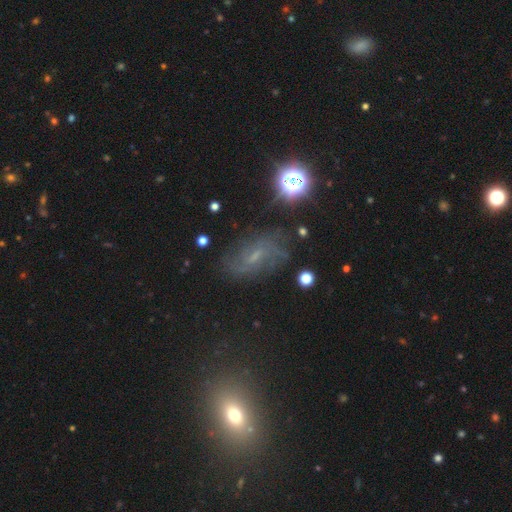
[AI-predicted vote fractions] Q: Smooth or featured?
A: featured or disk (61%); runner-up: smooth (21%)
Q: Edge-on disk?
A: no (92%); runner-up: yes (8%)
Q: Bar?
A: weak (52%); runner-up: no (36%)
Q: Spiral arms?
A: yes (85%); runner-up: no (15%)
Q: Bulge size?
A: small (66%); runner-up: moderate (21%)
Q: Merging?
A: none (70%); runner-up: minor disturbance (18%)